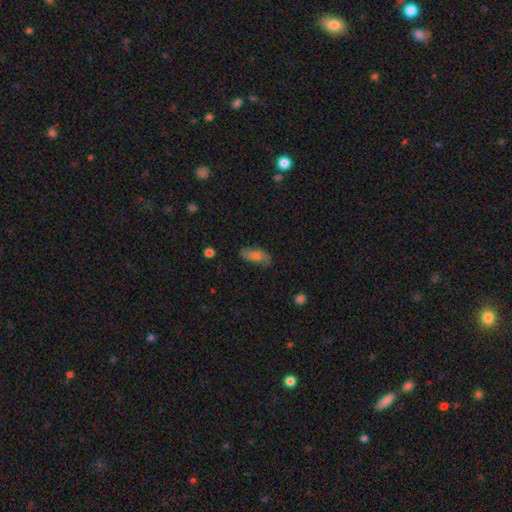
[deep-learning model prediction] This appears to be a featured or disk galaxy (50%). Merging: none (77%).